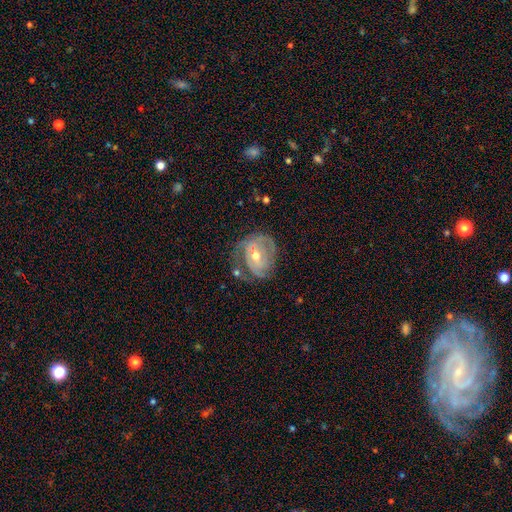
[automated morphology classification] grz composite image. It shows a featured or disk galaxy (74%) with a weak bar (45%), 2 (41%) tight (52%) spiral arms (78%) and a moderate central bulge (63%). Merging: none (51%).